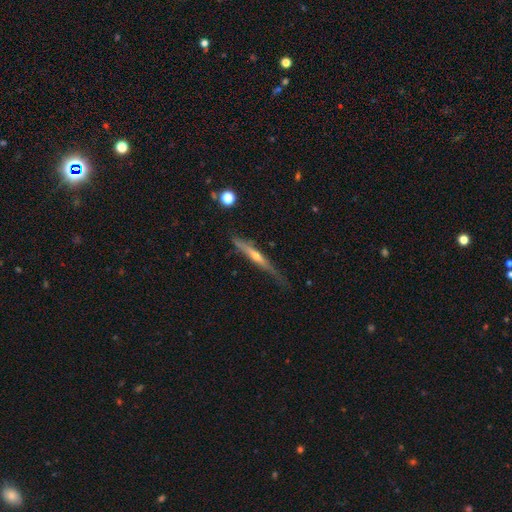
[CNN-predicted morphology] Smooth or featured? featured or disk (64%)
Edge-on disk? yes (94%)
Edge-on bulge? rounded (67%)
Merging? none (66%)